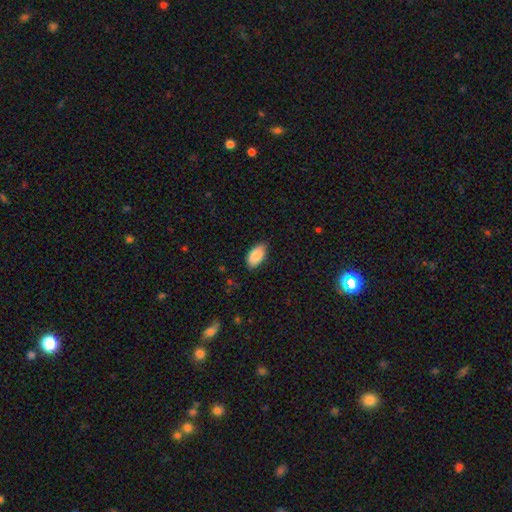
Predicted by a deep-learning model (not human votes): Q: Smooth or featured?
A: smooth (88%); runner-up: star or artifact (6%)
Q: How rounded?
A: in between (94%); runner-up: cigar-shaped (3%)
Q: Merging?
A: none (81%); runner-up: minor disturbance (16%)